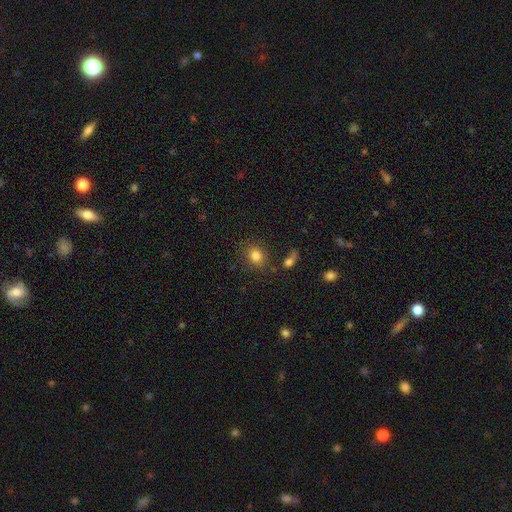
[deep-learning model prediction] Morphology: type=smooth (82%); roundness=round (62%); merging=none (78%).